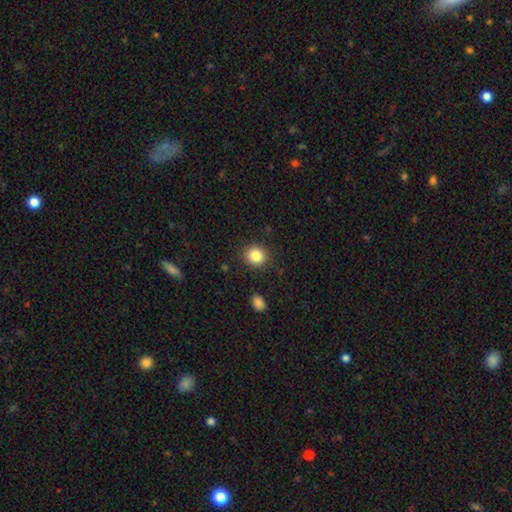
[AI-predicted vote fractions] smooth 84%, star or artifact 10%, featured or disk 6%. Down the decision tree: how rounded — round (87%); merging — none (89%).